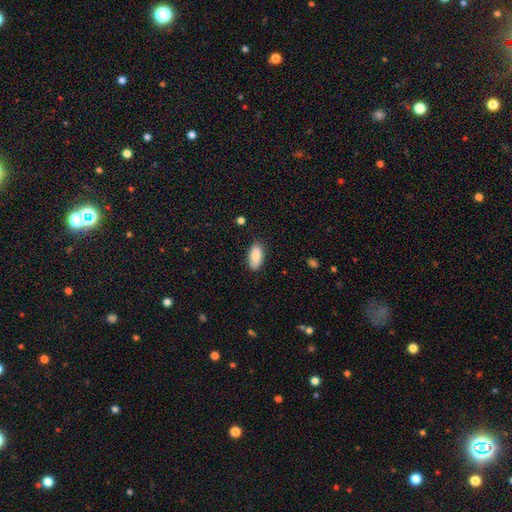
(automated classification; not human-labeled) Morphology: type=smooth (88%); roundness=in between (93%); merging=none (82%).